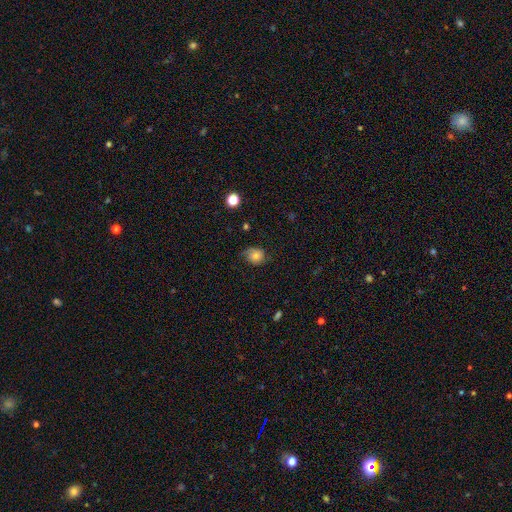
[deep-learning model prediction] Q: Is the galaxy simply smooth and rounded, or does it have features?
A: smooth — 62%.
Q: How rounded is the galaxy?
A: round — 63%.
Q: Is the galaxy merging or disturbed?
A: none — 56%.